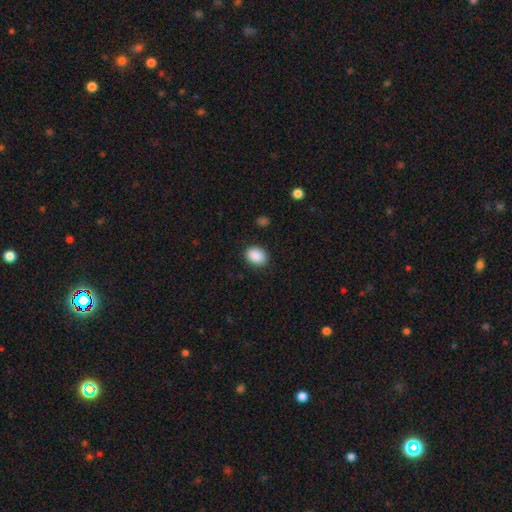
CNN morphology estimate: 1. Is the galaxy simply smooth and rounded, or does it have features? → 90% smooth, 7% star or artifact, 3% featured or disk.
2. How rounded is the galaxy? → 72% in between, 27% round, 1% cigar-shaped.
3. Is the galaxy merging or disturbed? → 88% none, 9% minor disturbance, 2% major disturbance, 1% merger.